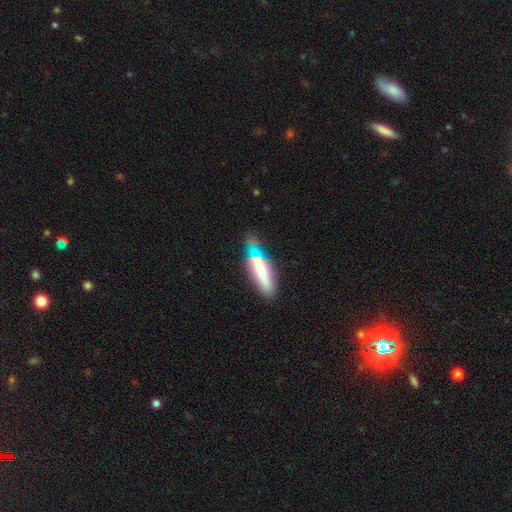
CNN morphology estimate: smooth 61%, featured or disk 30%, star or artifact 9%. Down the decision tree: how rounded — cigar-shaped (65%); merging — none (67%).